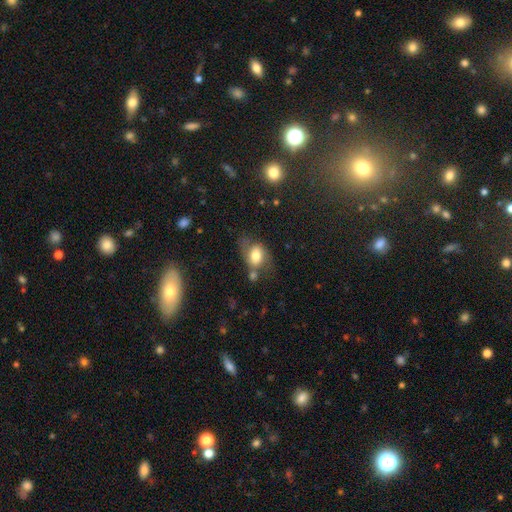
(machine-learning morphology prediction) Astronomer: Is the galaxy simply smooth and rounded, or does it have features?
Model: smooth — 64%.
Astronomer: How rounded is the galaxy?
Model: in between — 72%.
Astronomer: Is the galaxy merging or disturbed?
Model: none — 45% (runner-up: minor disturbance, 26%).